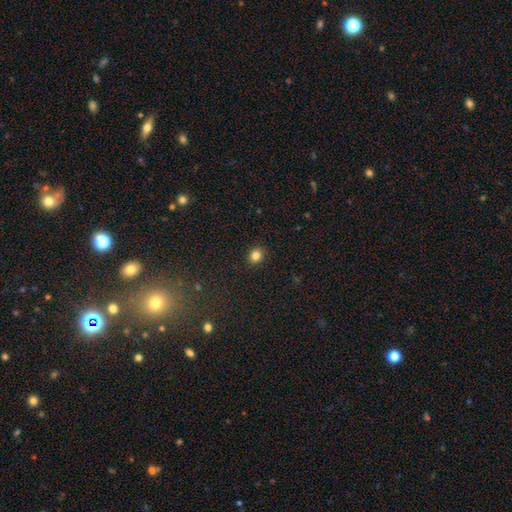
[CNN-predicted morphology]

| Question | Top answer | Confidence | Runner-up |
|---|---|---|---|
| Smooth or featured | smooth | 83% | star or artifact (11%) |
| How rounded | round | 69% | in between (30%) |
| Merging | none | 89% | minor disturbance (8%) |